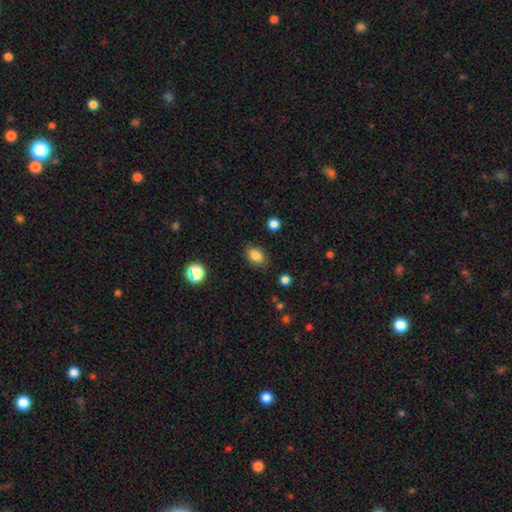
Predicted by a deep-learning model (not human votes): Smooth or featured?
  - smooth: 83% *
  - star or artifact: 10%
  - featured or disk: 7%
How rounded?
  - in between: 76% *
  - round: 23%
  - cigar-shaped: 1%
Merging?
  - none: 83% *
  - minor disturbance: 12%
  - major disturbance: 3%
  - merger: 2%